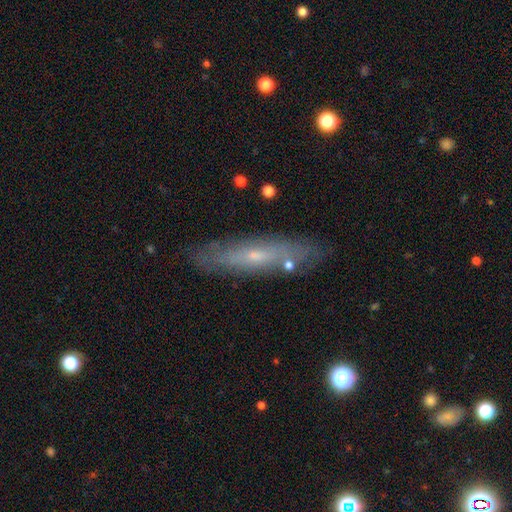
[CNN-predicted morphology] smooth_or_featured: featured or disk (p=0.60) [alt: smooth p=0.32]
disk_edge_on: yes (p=0.59) [alt: no p=0.41]
merging: none (p=0.82) [alt: minor disturbance p=0.12]